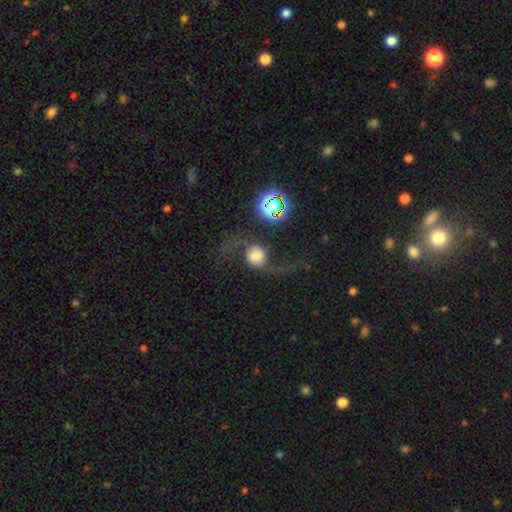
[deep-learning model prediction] smooth-or-featured: featured or disk: 64% | smooth: 24% | star or artifact: 12%
  disk-edge-on: no: 92% | yes: 8%
    bar: no: 68% | weak: 22% | strong: 9%
    has-spiral-arms: yes: 92% | no: 8%
      spiral-winding: loose: 92% | medium: 6% | tight: 2%
      spiral-arm-count: 2: 92% | 1: 3% | can't tell: 2% | 3: 1% | 4: 1% | more than 4: 1%
    bulge-size: dominant: 43% | large: 31% | moderate: 12% | small: 8% | none: 6%
  merging: none: 52% | major disturbance: 26% | minor disturbance: 16% | merger: 6%